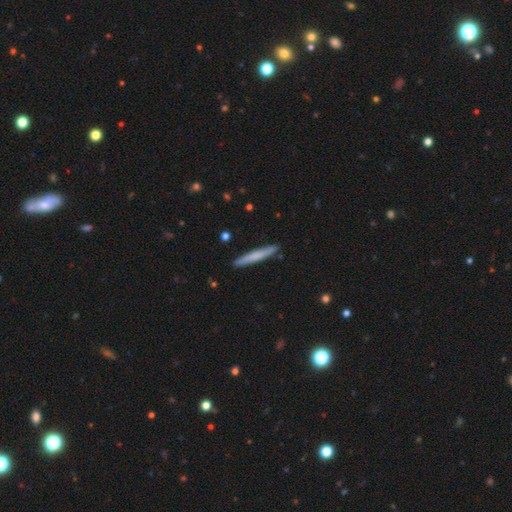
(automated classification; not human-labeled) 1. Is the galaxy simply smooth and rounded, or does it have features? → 65% smooth, 29% featured or disk, 5% star or artifact.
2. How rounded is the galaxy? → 96% cigar-shaped, 3% in between, 1% round.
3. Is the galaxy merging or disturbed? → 90% none, 7% minor disturbance, 1% merger, 1% major disturbance.